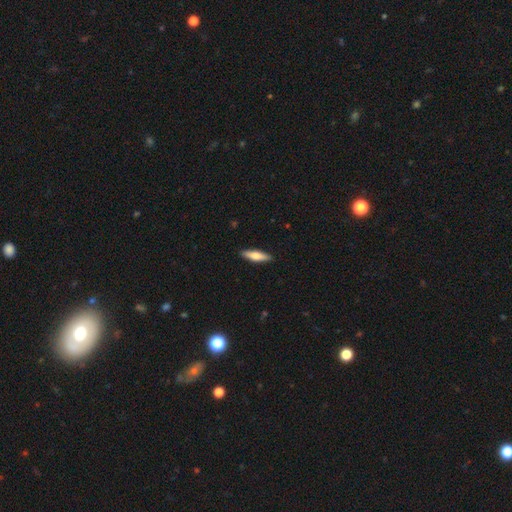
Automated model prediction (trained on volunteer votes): smooth_or_featured: smooth (p=0.64) [alt: featured or disk p=0.30]
how_rounded: cigar-shaped (p=0.68) [alt: in between p=0.30]
merging: none (p=0.90) [alt: minor disturbance p=0.07]